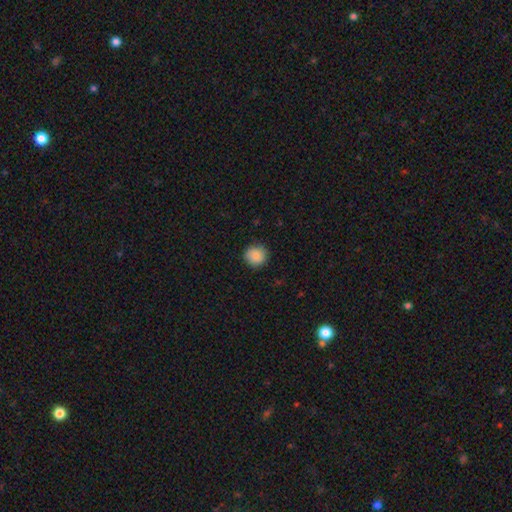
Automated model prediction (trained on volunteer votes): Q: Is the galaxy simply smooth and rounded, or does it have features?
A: smooth — 86%.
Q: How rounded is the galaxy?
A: round — 94%.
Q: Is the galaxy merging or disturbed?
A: none — 89%.